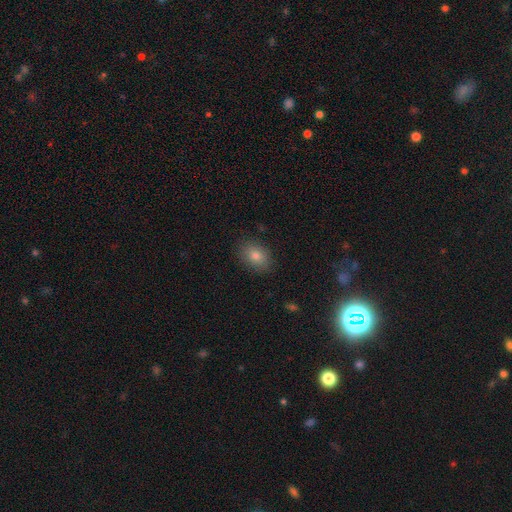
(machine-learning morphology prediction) A smooth galaxy with no disk features (79%) that is in between round and cigar-shaped (72%). Merging: none (86%).